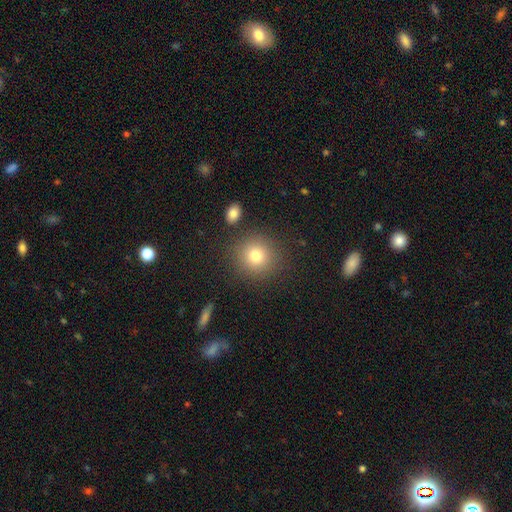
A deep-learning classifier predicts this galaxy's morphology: Smooth or featured? smooth (78%)
How rounded? round (91%)
Merging? none (86%)